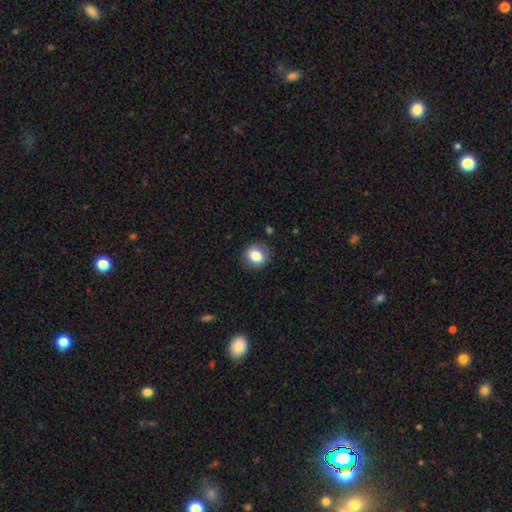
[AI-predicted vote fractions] This appears to be a smooth galaxy with no disk features (80%) that is round (73%). Merging: none (84%).